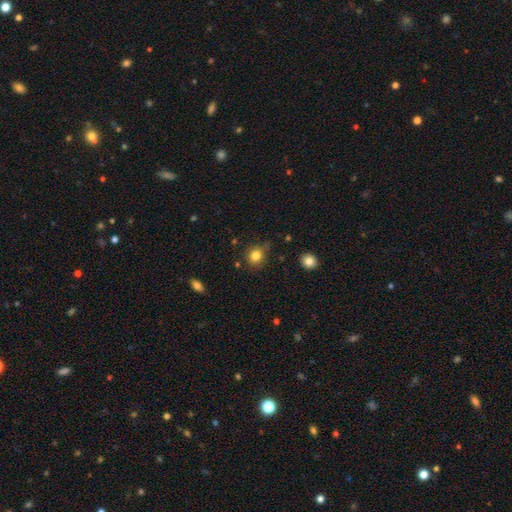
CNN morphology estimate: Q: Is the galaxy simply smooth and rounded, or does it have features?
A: smooth — 82%.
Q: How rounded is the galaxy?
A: round — 82%.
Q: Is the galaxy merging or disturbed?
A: none — 78%.